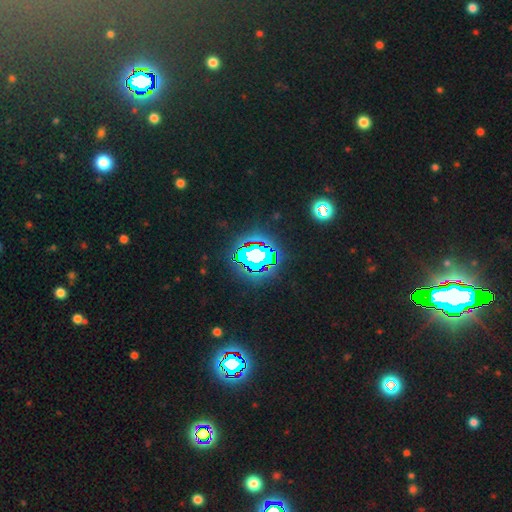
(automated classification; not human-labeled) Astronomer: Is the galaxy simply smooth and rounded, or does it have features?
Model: star or artifact — 67%.